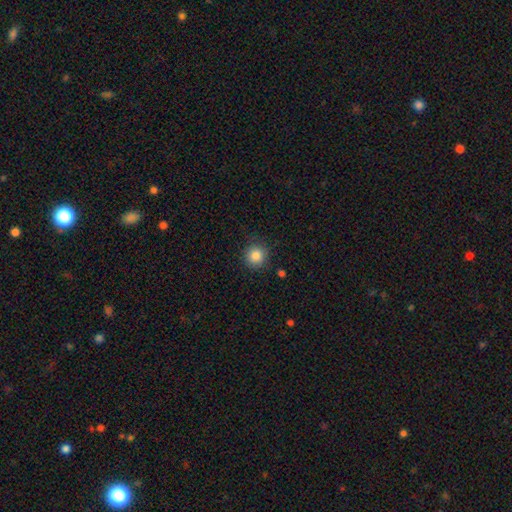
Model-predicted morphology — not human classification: Smooth or featured? smooth (85%)
How rounded? round (93%)
Merging? none (88%)